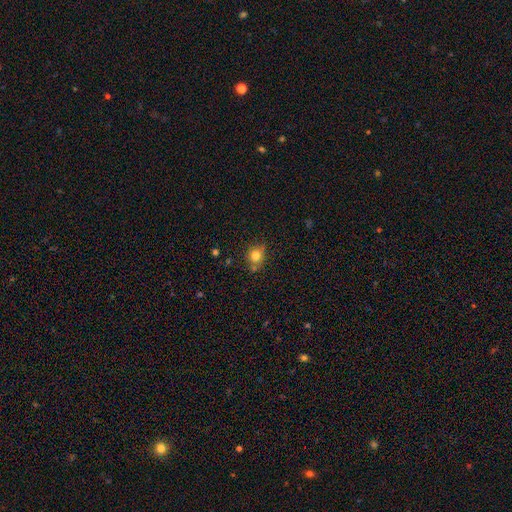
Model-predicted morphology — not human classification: This appears to be a smooth galaxy with no disk features (79%) that is round (82%). Merging: none (68%).